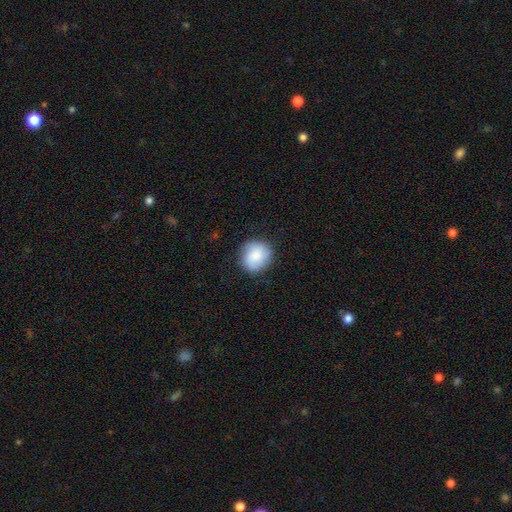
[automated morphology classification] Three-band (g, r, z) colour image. It shows a smooth galaxy with no disk features (84%) that is round (82%). Merging: none (83%).